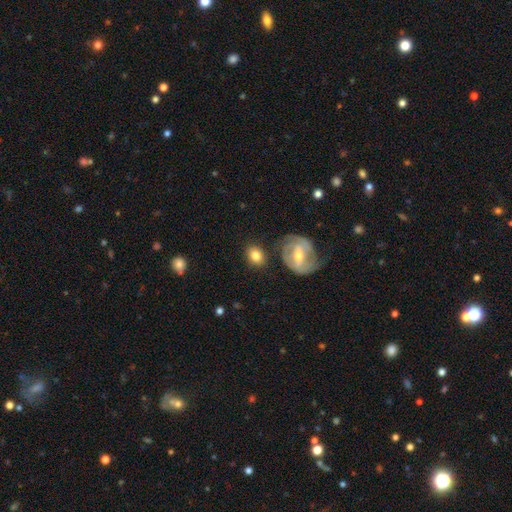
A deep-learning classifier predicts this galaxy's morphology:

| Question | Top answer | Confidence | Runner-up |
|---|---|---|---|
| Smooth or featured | smooth | 75% | featured or disk (18%) |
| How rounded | in between | 50% | round (48%) |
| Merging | none | 77% | minor disturbance (13%) |